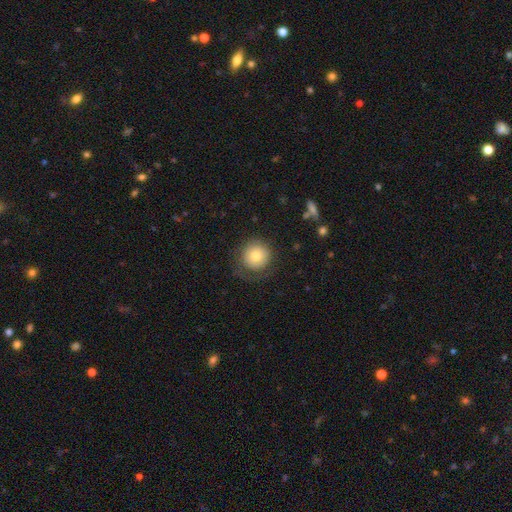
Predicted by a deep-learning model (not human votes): A smooth galaxy with no disk features (75%) that is round (94%).

Vote fractions:
- Smooth or featured? smooth: 75% / featured or disk: 17% / star or artifact: 8%
- How rounded? round: 94% / in between: 5% / cigar-shaped: 1%
- Merging? none: 69% / minor disturbance: 17% / major disturbance: 13% / merger: 1%